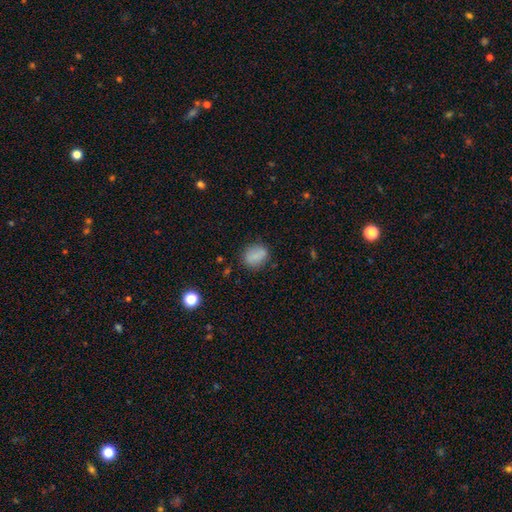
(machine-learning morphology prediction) smooth_or_featured: smooth (p=0.79) [alt: featured or disk p=0.12]
how_rounded: round (p=0.62) [alt: in between p=0.36]
merging: none (p=0.79) [alt: minor disturbance p=0.14]